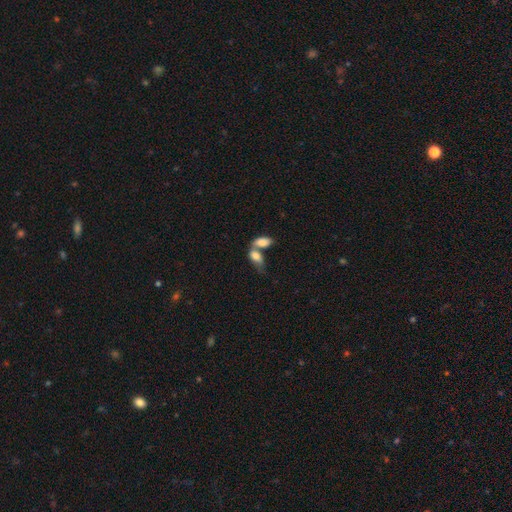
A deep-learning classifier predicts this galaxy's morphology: Q: Smooth or featured?
A: smooth (80%); runner-up: featured or disk (13%)
Q: How rounded?
A: in between (89%); runner-up: cigar-shaped (6%)
Q: Merging?
A: merger (61%); runner-up: none (24%)